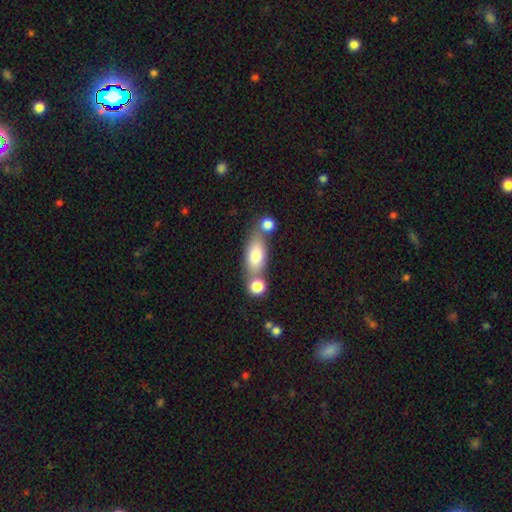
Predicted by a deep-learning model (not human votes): Morphology: type=smooth (77%); roundness=in between (83%); merging=none (45%).